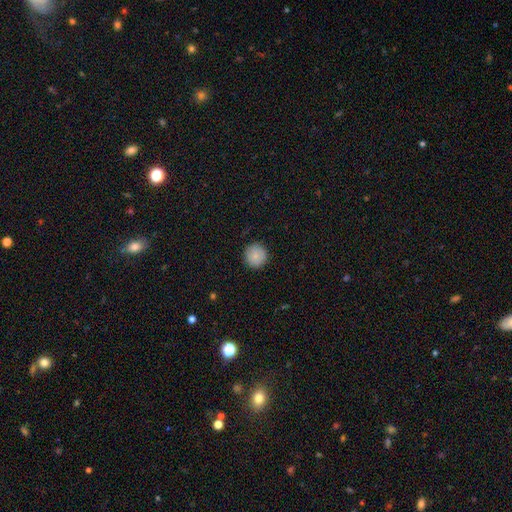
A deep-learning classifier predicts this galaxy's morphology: Smooth or featured? Predicted: smooth (p=0.84). How rounded? Predicted: round (p=0.93). Merging? Predicted: none (p=0.87).